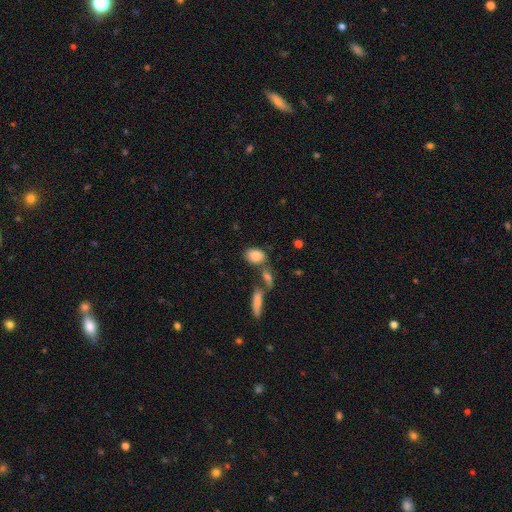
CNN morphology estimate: Smooth or featured: smooth — 83% (featured or disk — 10%)
How rounded: in between — 81% (round — 15%)
Merging: none — 52% (merger — 25%)